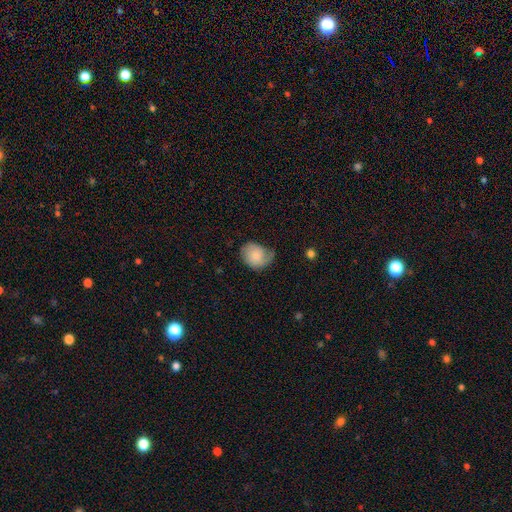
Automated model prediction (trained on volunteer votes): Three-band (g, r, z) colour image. It shows a smooth galaxy with no disk features (62%) that is in between round and cigar-shaped (51%). Merging: none (39%).